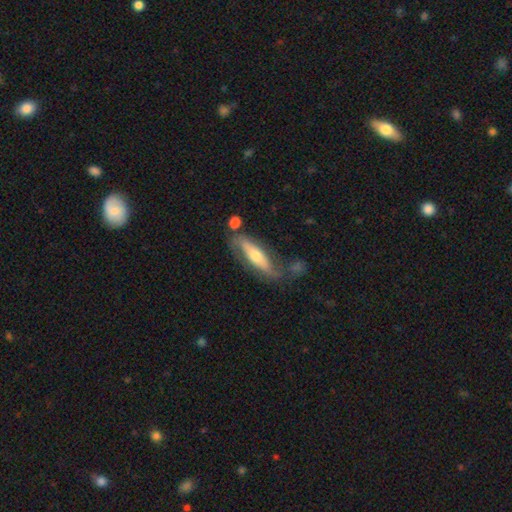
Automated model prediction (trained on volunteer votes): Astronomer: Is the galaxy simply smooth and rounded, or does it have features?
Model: featured or disk — 57% (runner-up: smooth, 37%).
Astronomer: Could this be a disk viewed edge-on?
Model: yes — 51% (runner-up: no, 49%).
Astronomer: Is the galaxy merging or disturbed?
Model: none — 59%.